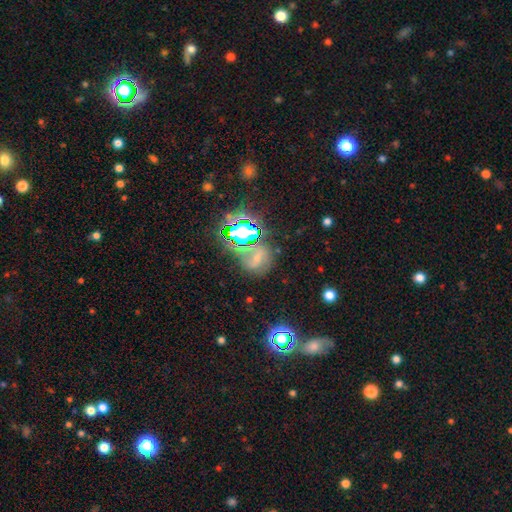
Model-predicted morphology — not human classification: The model was most divided on "smooth or featured": star or artifact: 42%, smooth: 32%, featured or disk: 26%.